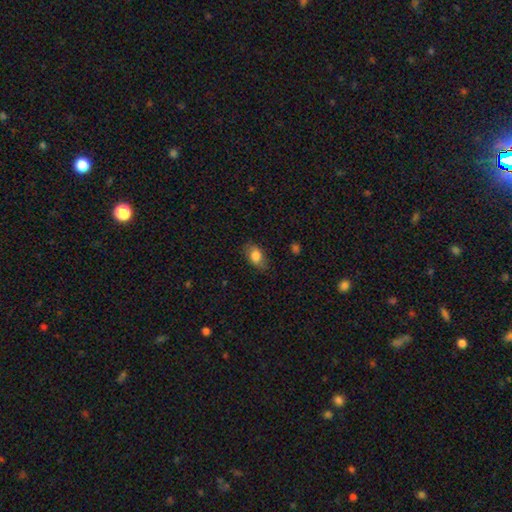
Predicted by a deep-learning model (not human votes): smooth-or-featured: smooth: 80% | featured or disk: 12% | star or artifact: 8%
  how-rounded: in between: 87% | round: 10% | cigar-shaped: 3%
  merging: none: 76% | minor disturbance: 18% | major disturbance: 5% | merger: 1%